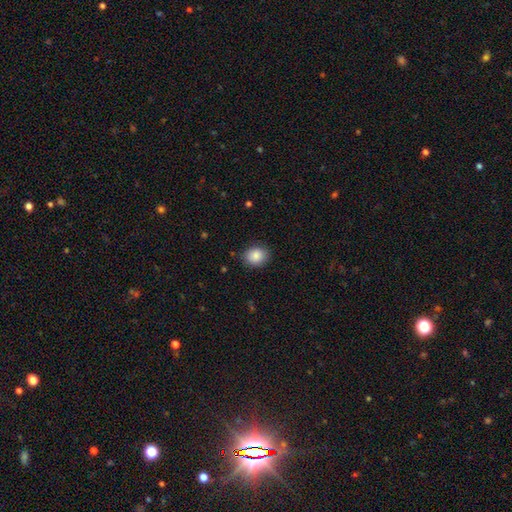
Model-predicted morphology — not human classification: The model was most divided on "how rounded": round: 61%, in between: 38%, cigar-shaped: 1%. More confident: smooth or featured — smooth (87%); merging — none (86%).